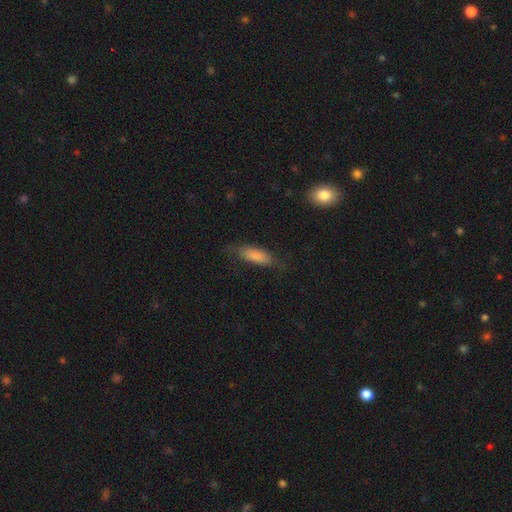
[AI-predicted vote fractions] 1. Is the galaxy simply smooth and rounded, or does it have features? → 81% smooth, 12% featured or disk, 7% star or artifact.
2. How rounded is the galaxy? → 59% in between, 38% cigar-shaped, 2% round.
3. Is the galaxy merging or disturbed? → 67% none, 23% minor disturbance, 9% major disturbance, 2% merger.